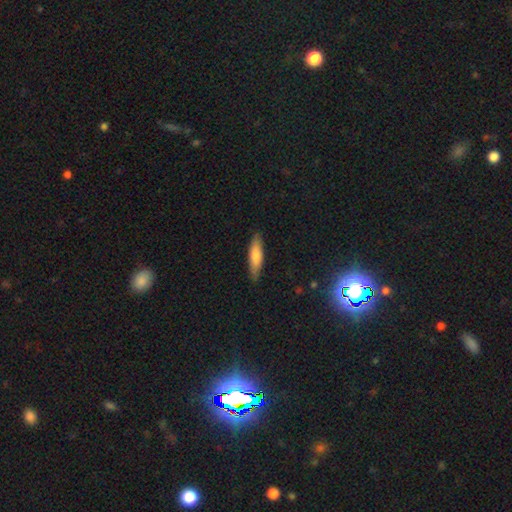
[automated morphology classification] Smooth or featured: smooth — 71% (featured or disk — 23%)
How rounded: cigar-shaped — 70% (in between — 28%)
Merging: none — 86% (minor disturbance — 11%)